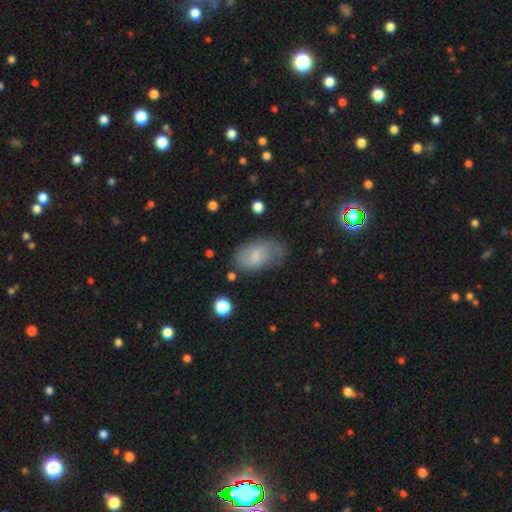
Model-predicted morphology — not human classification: Smooth or featured?
  - smooth: 59% *
  - featured or disk: 31%
  - star or artifact: 9%
How rounded?
  - in between: 91% *
  - round: 7%
  - cigar-shaped: 2%
Merging?
  - none: 63% *
  - minor disturbance: 26%
  - major disturbance: 9%
  - merger: 3%